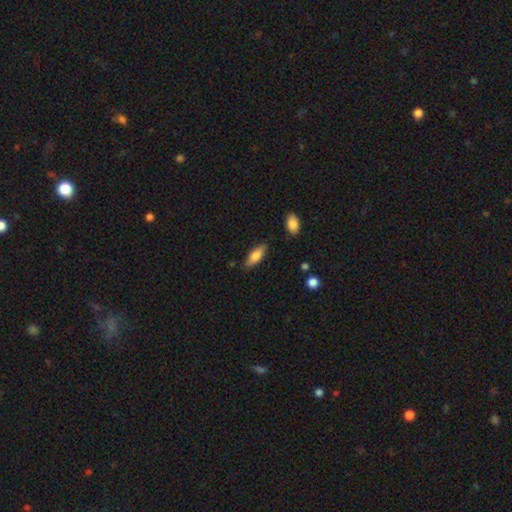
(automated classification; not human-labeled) Morphology: type=smooth (75%); roundness=in between (64%); merging=none (81%).